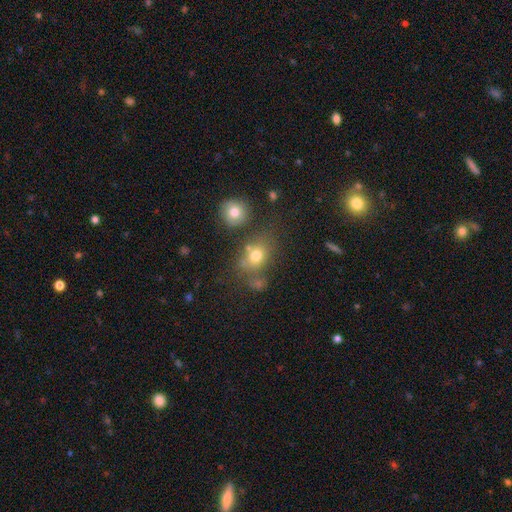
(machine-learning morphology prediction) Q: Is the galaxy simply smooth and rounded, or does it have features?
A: smooth — 72%.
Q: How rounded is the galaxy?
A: in between — 53%.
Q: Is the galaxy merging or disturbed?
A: none — 59%.